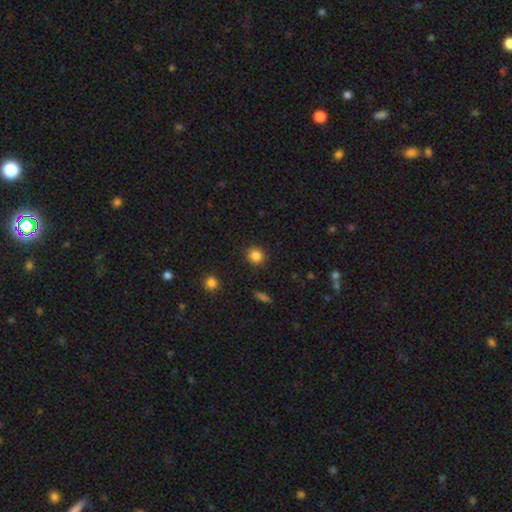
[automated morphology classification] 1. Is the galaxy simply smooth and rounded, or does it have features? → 84% smooth, 11% star or artifact, 4% featured or disk.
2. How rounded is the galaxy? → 89% round, 10% in between, 1% cigar-shaped.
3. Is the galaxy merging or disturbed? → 90% none, 7% minor disturbance, 2% major disturbance, 1% merger.